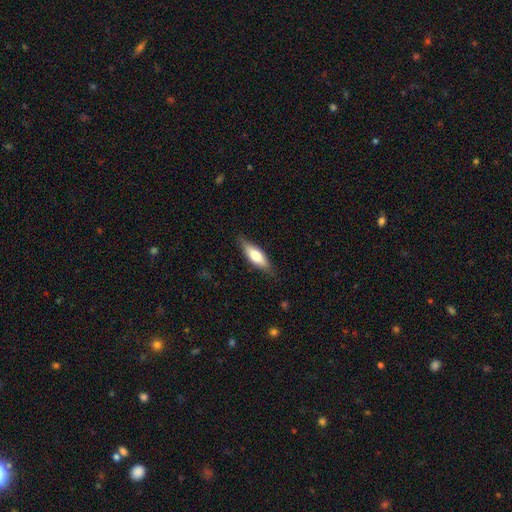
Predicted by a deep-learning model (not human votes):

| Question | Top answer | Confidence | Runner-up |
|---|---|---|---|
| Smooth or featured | smooth | 63% | featured or disk (31%) |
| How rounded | in between | 59% | cigar-shaped (39%) |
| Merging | none | 81% | minor disturbance (15%) |